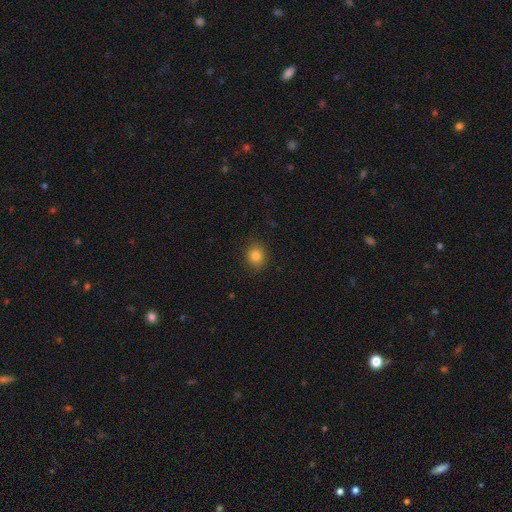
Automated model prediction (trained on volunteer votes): smooth_or_featured: smooth (p=0.83) [alt: star or artifact p=0.11]
how_rounded: round (p=0.75) [alt: in between p=0.24]
merging: none (p=0.89) [alt: minor disturbance p=0.08]